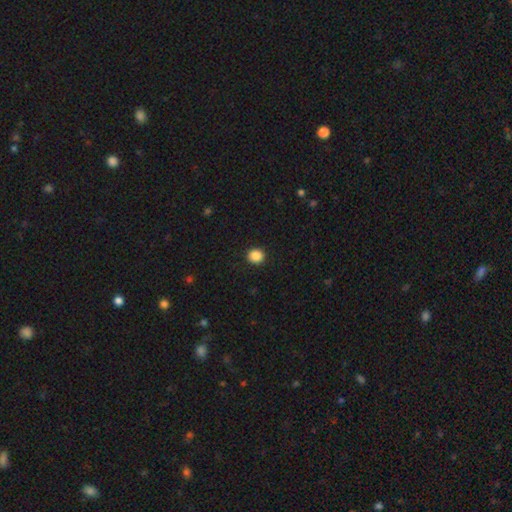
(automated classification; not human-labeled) The model was most divided on "how rounded": round: 86%, in between: 13%, cigar-shaped: 1%. More confident: merging — none (93%); smooth or featured — smooth (88%).